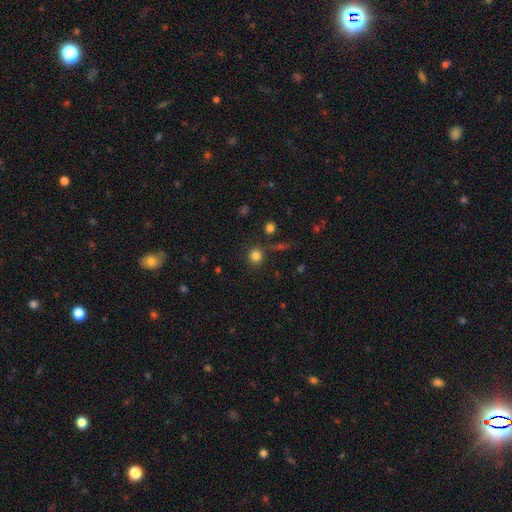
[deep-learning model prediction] Q: Smooth or featured?
A: smooth (81%); runner-up: star or artifact (13%)
Q: How rounded?
A: round (90%); runner-up: in between (9%)
Q: Merging?
A: none (82%); runner-up: minor disturbance (8%)